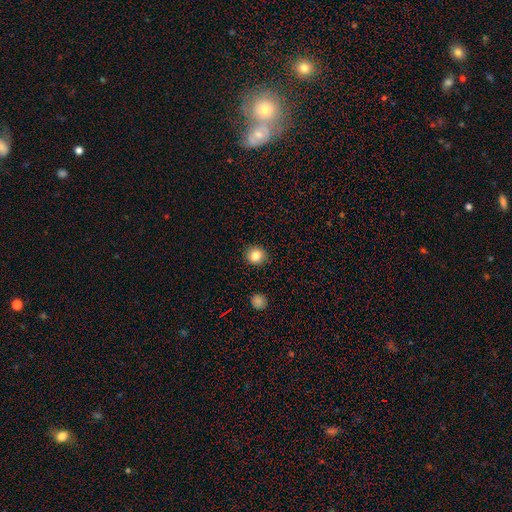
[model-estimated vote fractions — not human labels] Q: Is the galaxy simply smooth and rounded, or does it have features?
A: smooth — 84%.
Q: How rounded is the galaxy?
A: round — 88%.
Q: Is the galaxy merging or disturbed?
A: none — 91%.